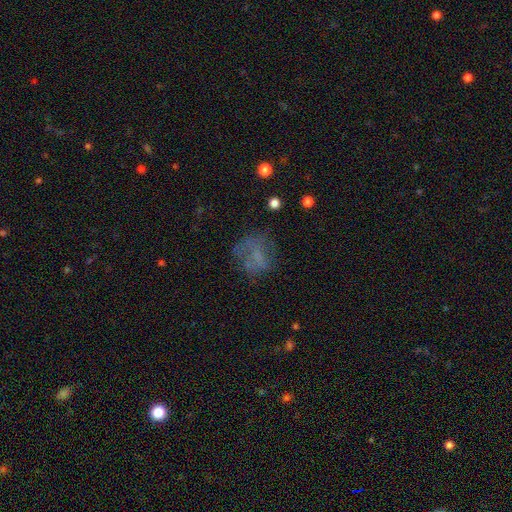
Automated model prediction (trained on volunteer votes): This appears to be a smooth galaxy with no disk features (46%). Merging: none (52%).